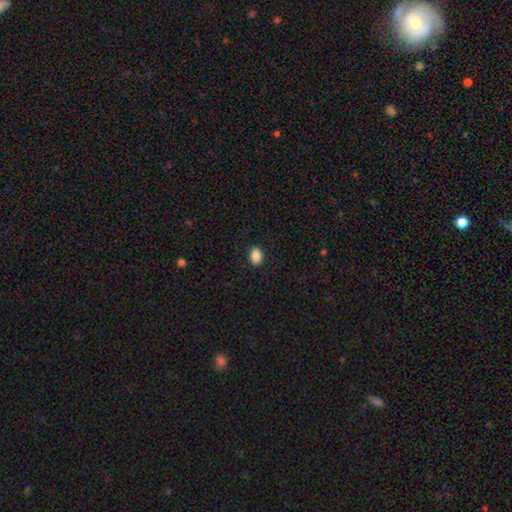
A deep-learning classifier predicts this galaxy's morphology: Smooth or featured? Predicted: smooth (p=0.88). How rounded? Predicted: in between (p=0.83). Merging? Predicted: none (p=0.88).